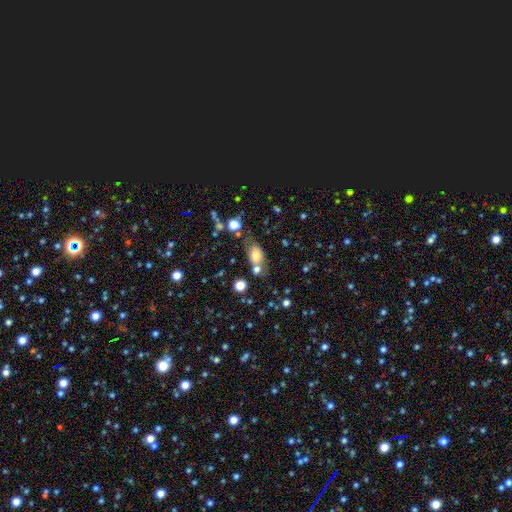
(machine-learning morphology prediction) Smooth or featured?
  - smooth: 72% *
  - featured or disk: 15%
  - star or artifact: 13%
How rounded?
  - in between: 77% *
  - round: 19%
  - cigar-shaped: 5%
Merging?
  - none: 48% *
  - merger: 28%
  - minor disturbance: 17%
  - major disturbance: 8%